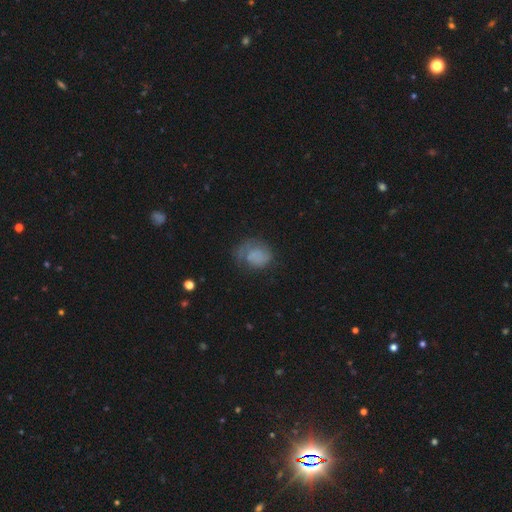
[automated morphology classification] smooth-or-featured: smooth: 56% | featured or disk: 32% | star or artifact: 11%
  how-rounded: round: 53% | in between: 46% | cigar-shaped: 1%
  merging: none: 41% | major disturbance: 30% | minor disturbance: 26% | merger: 3%